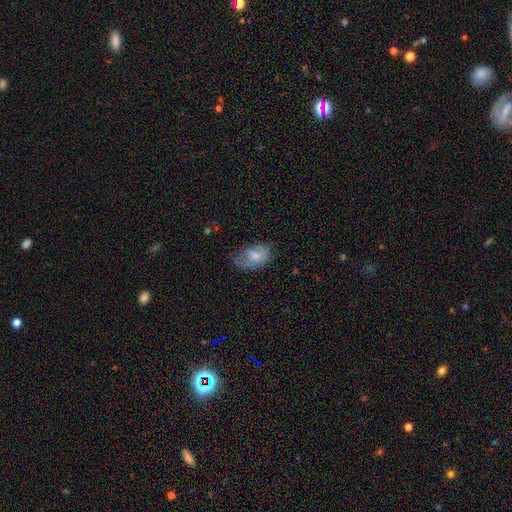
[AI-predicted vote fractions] Smooth or featured? smooth (66%)
How rounded? in between (88%)
Merging? none (50%)